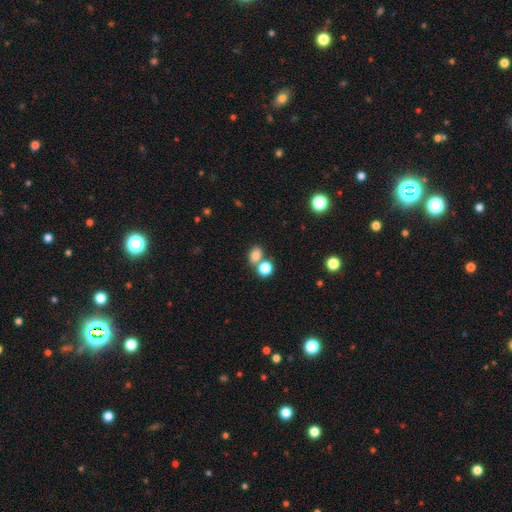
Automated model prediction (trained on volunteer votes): Smooth or featured?
  - smooth: 80% *
  - star or artifact: 13%
  - featured or disk: 7%
How rounded?
  - in between: 58% *
  - round: 40%
  - cigar-shaped: 1%
Merging?
  - none: 55% *
  - merger: 32%
  - minor disturbance: 10%
  - major disturbance: 4%